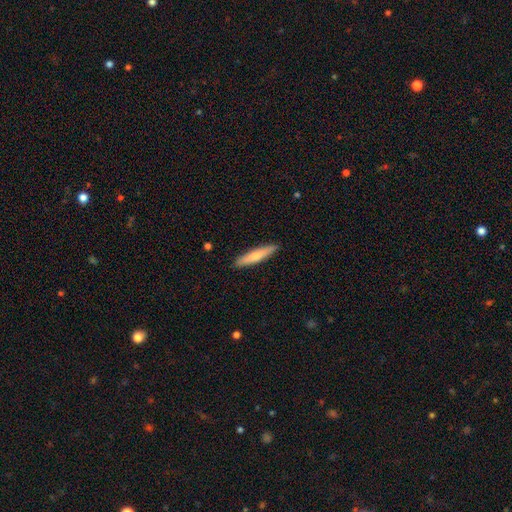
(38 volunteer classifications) Volunteers were most divided on "smooth or featured": smooth: 68%, featured or disk: 32%, star or artifact: 0%. More confident: merging — none (95%); how rounded — cigar-shaped (88%).